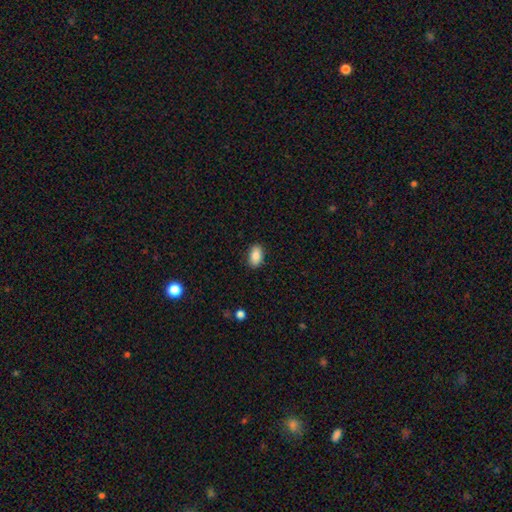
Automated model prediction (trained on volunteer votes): smooth-or-featured: smooth: 85% | featured or disk: 8% | star or artifact: 7%
  how-rounded: in between: 90% | round: 8% | cigar-shaped: 2%
  merging: none: 88% | minor disturbance: 9% | major disturbance: 2% | merger: 1%